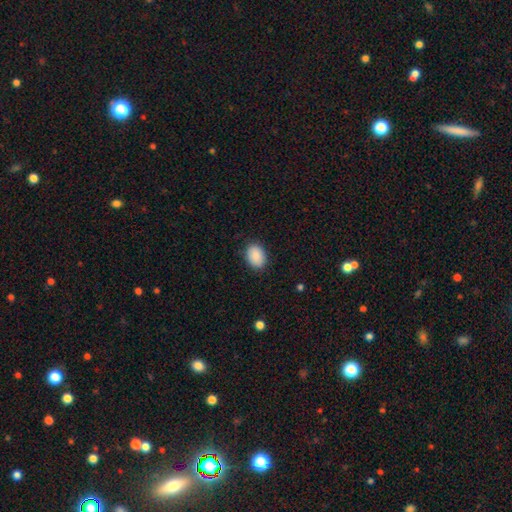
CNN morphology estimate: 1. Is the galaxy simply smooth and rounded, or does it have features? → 89% smooth, 7% star or artifact, 4% featured or disk.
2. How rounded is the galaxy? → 75% in between, 24% round, 1% cigar-shaped.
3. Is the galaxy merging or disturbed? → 87% none, 10% minor disturbance, 2% major disturbance, 1% merger.